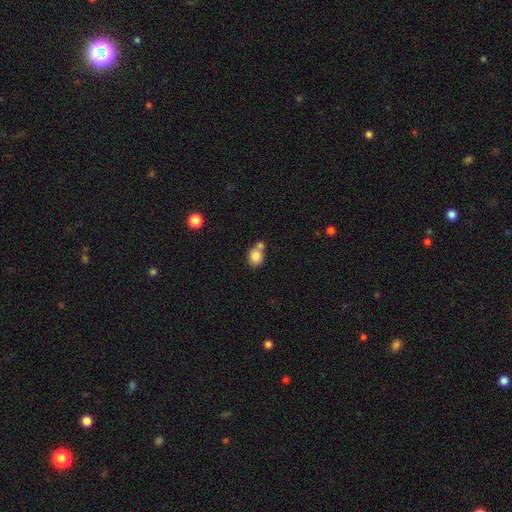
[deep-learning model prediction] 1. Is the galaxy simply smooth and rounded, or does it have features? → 84% smooth, 9% star or artifact, 7% featured or disk.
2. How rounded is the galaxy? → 63% round, 36% in between, 1% cigar-shaped.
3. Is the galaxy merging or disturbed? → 44% none, 40% merger, 12% minor disturbance, 4% major disturbance.